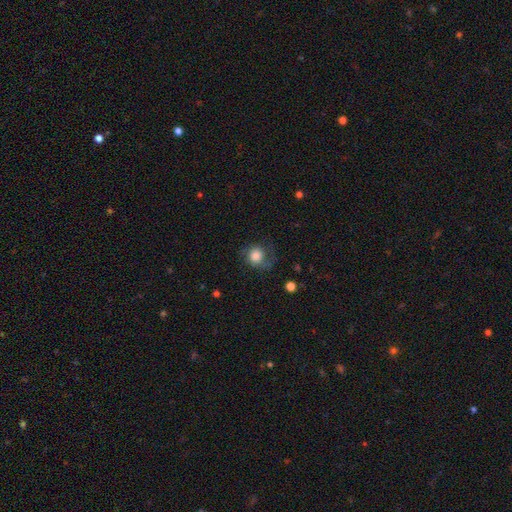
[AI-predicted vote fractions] Q: Smooth or featured?
A: smooth (71%); runner-up: featured or disk (20%)
Q: How rounded?
A: round (82%); runner-up: in between (17%)
Q: Merging?
A: none (53%); runner-up: minor disturbance (24%)